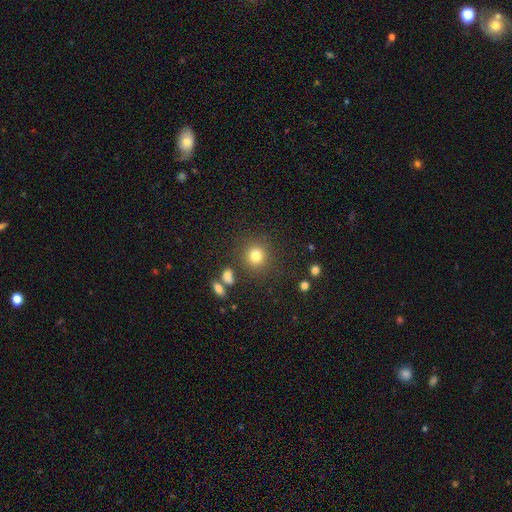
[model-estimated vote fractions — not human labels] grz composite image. It shows a smooth galaxy with no disk features (80%) that is round (90%). Merging: none (83%).